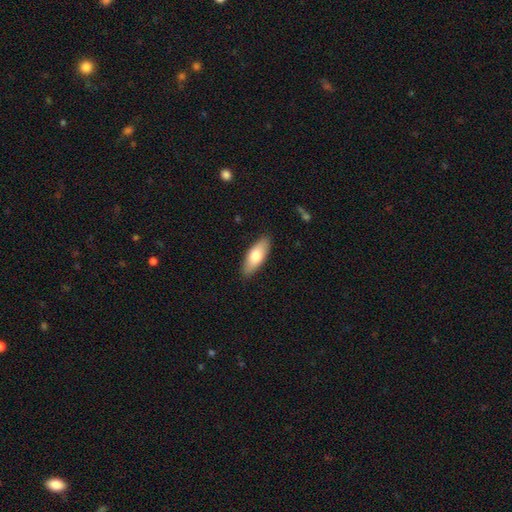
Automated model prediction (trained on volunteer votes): The model was most divided on "how rounded": in between: 73%, cigar-shaped: 25%, round: 2%. More confident: merging — none (87%); smooth or featured — smooth (75%).